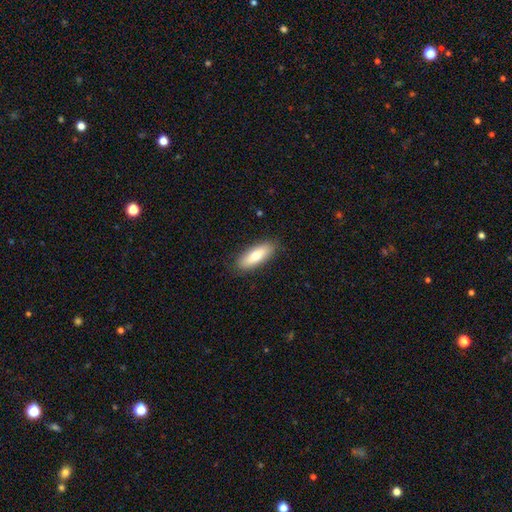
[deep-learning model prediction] smooth 74%, featured or disk 20%, star or artifact 6%. Down the decision tree: how rounded — in between (62%); merging — none (87%).